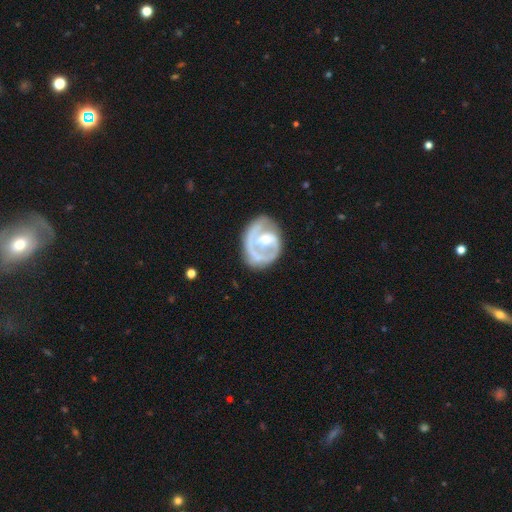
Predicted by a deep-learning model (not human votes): featured or disk 69%, smooth 25%, star or artifact 6%. Down the decision tree: edge-on disk — no (97%); bar — no (56%); spiral arms — yes (62%); bulge size — small (44%); merging — none (45%).